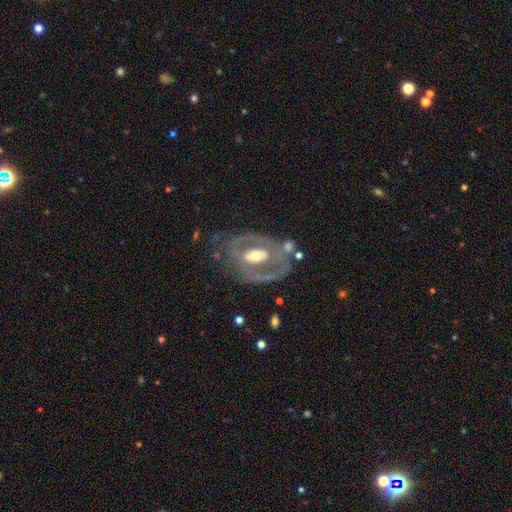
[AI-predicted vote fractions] featured or disk 78%, smooth 16%, star or artifact 6%. Down the decision tree: edge-on disk — no (94%); bar — no (41%); spiral arms — yes (55%); bulge size — moderate (64%); merging — none (60%).